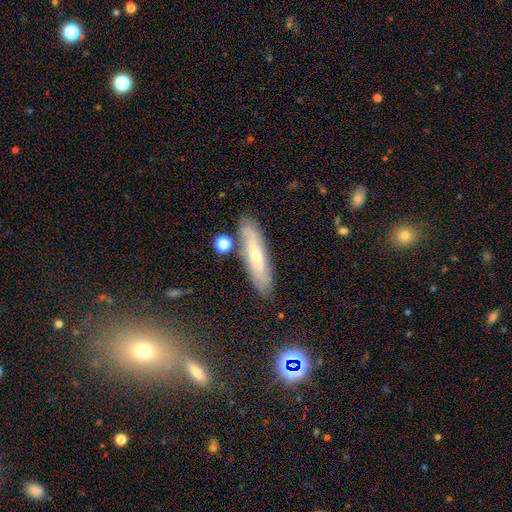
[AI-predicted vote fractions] Smooth or featured? Predicted: featured or disk (p=0.50). Merging? Predicted: none (p=0.82).